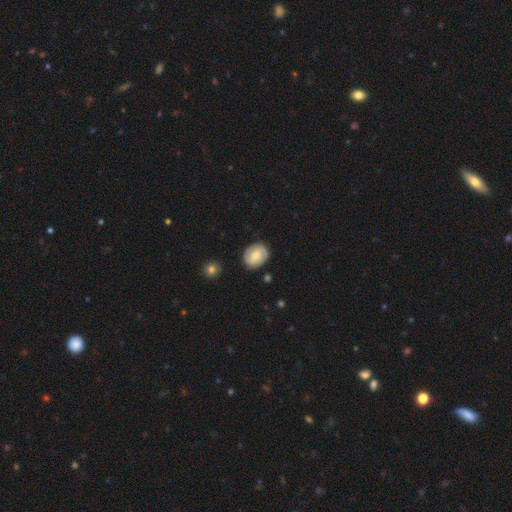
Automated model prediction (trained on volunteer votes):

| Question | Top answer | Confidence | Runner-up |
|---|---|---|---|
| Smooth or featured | smooth | 53% | featured or disk (40%) |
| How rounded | round | 55% | in between (44%) |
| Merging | none | 82% | minor disturbance (13%) |